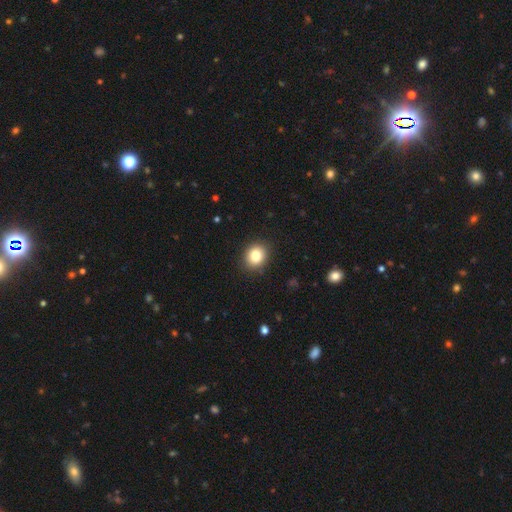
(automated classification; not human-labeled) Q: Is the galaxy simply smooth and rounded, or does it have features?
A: smooth — 83%.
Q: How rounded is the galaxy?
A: round — 66%.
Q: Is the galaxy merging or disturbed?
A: none — 89%.